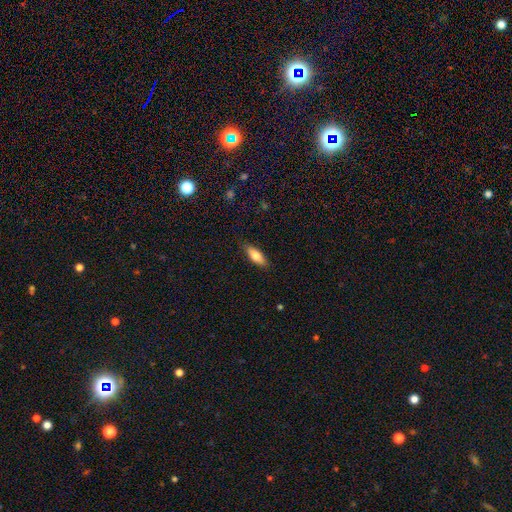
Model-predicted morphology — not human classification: A smooth galaxy with no disk features (74%) that is in between round and cigar-shaped (66%). Merging: none (86%).